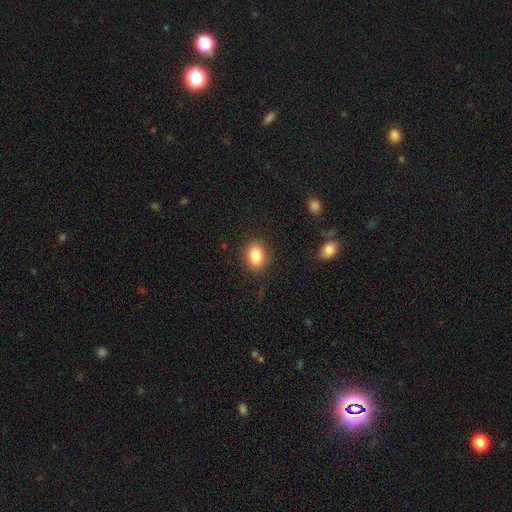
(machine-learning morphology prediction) Smooth or featured: smooth — 85% (star or artifact — 9%)
How rounded: in between — 71% (round — 27%)
Merging: none — 87% (minor disturbance — 9%)